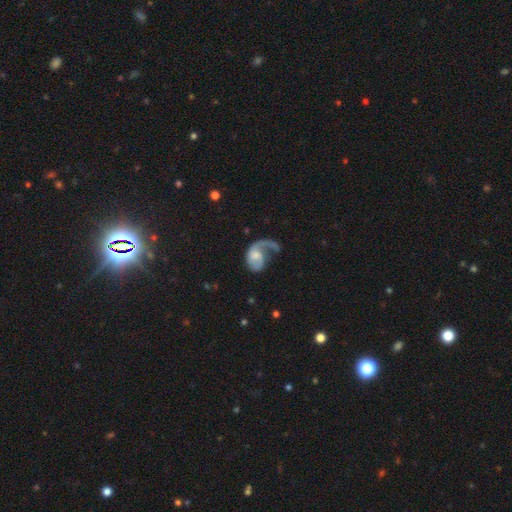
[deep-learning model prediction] Q: Smooth or featured?
A: featured or disk (75%); runner-up: smooth (19%)
Q: Edge-on disk?
A: no (98%); runner-up: yes (2%)
Q: Bar?
A: no (61%); runner-up: weak (33%)
Q: Spiral arms?
A: yes (89%); runner-up: no (11%)
Q: Spiral winding?
A: loose (59%); runner-up: medium (29%)
Q: Spiral arm count?
A: 1 (76%); runner-up: 2 (18%)
Q: Bulge size?
A: moderate (38%); runner-up: small (37%)
Q: Merging?
A: major disturbance (53%); runner-up: none (27%)